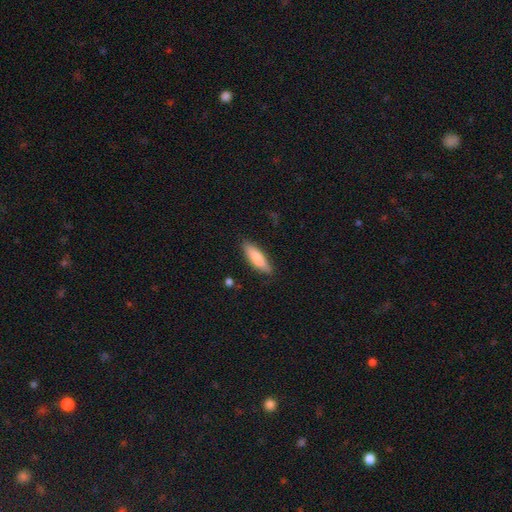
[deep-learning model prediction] Overall: smooth (81%). How rounded: cigar-shaped (56%; in between 43%). Merging: none (85%).